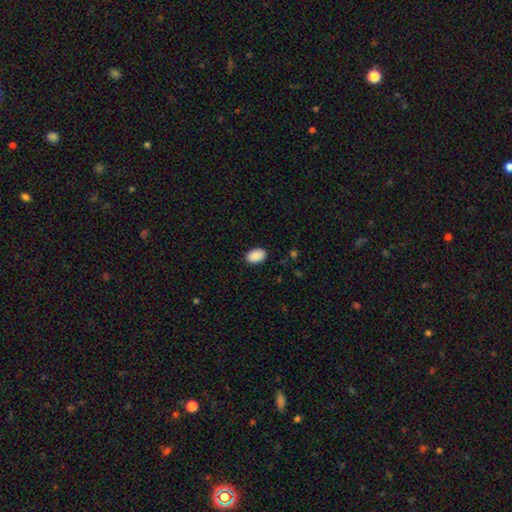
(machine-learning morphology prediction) Smooth or featured? Predicted: smooth (p=0.91). How rounded? Predicted: in between (p=0.89). Merging? Predicted: none (p=0.89).